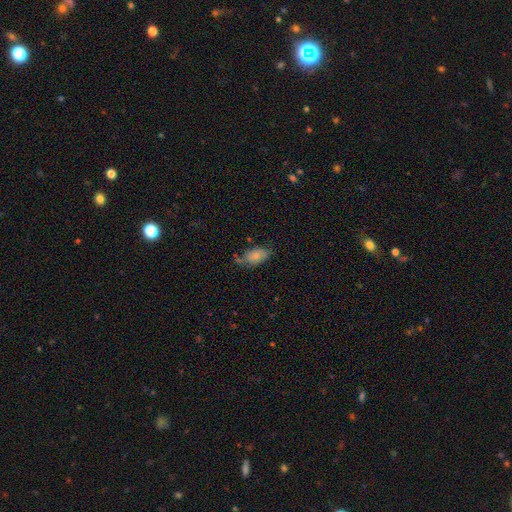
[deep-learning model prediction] smooth-or-featured: smooth: 78% | featured or disk: 14% | star or artifact: 8%
  how-rounded: in between: 92% | round: 5% | cigar-shaped: 4%
  merging: none: 54% | minor disturbance: 29% | major disturbance: 9% | merger: 9%